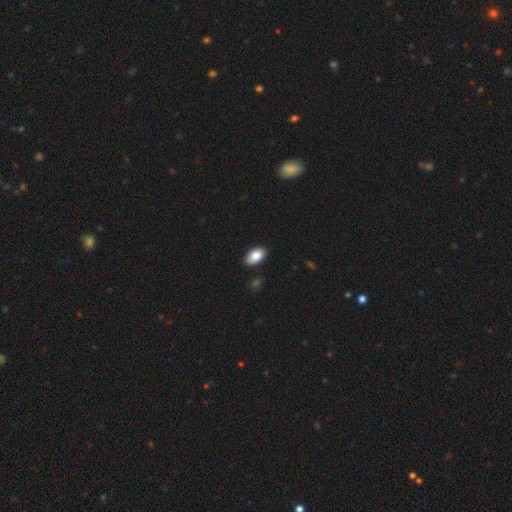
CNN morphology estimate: smooth_or_featured: smooth (p=0.86) [alt: star or artifact p=0.07]
how_rounded: in between (p=0.94) [alt: round p=0.04]
merging: none (p=0.88) [alt: minor disturbance p=0.09]